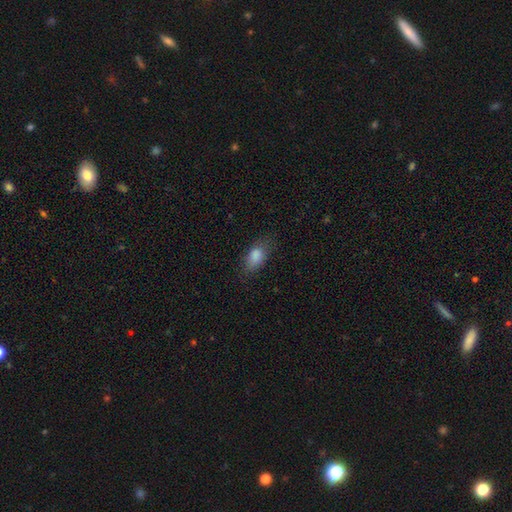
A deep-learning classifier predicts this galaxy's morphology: Overall: smooth (85%). How rounded: in between (88%). Merging: none (70%).